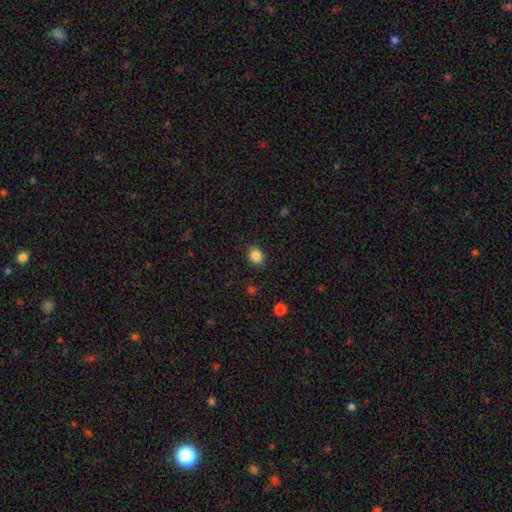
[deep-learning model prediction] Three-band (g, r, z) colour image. It shows a smooth galaxy with no disk features (85%) that is in between round and cigar-shaped (55%). Merging: none (88%).